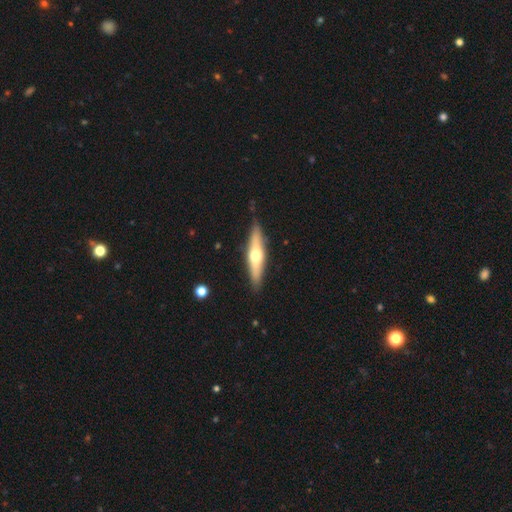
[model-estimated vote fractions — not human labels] Morphology: type=featured or disk (53%); edge-on=yes (91%); merging=none (87%).